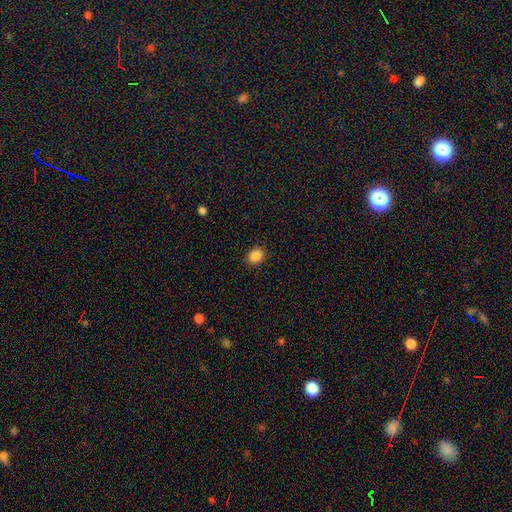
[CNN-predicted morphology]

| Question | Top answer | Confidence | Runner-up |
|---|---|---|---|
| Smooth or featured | smooth | 88% | star or artifact (10%) |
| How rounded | round | 56% | in between (43%) |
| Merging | none | 88% | minor disturbance (9%) |